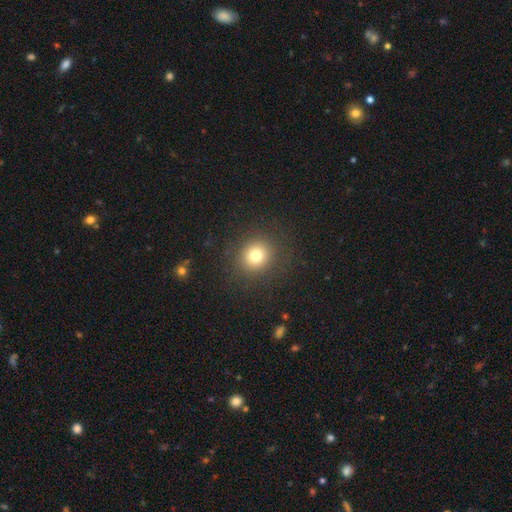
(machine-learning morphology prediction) A smooth galaxy with no disk features (76%) that is round (87%).

Vote fractions:
- Smooth or featured? smooth: 76% / star or artifact: 15% / featured or disk: 9%
- How rounded? round: 87% / in between: 12% / cigar-shaped: 1%
- Merging? none: 89% / minor disturbance: 7% / major disturbance: 4% / merger: 1%